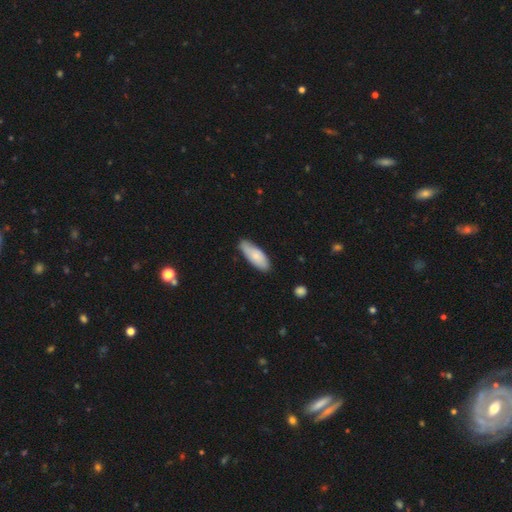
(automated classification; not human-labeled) Smooth or featured? smooth (80%)
How rounded? in between (74%)
Merging? none (78%)